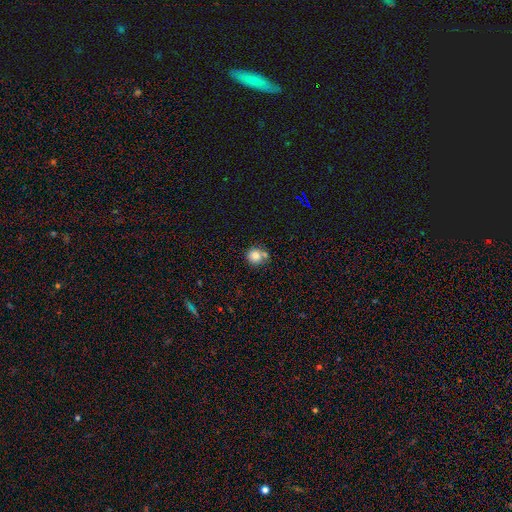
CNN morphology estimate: type=smooth (80%); roundness=round (88%); merging=none (56%).